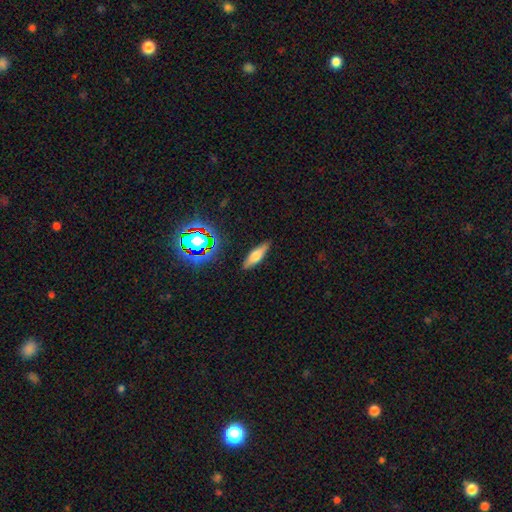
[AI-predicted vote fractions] Overall: smooth (58%; featured or disk 31%). How rounded: cigar-shaped (55%; in between 42%). Merging: none (87%).